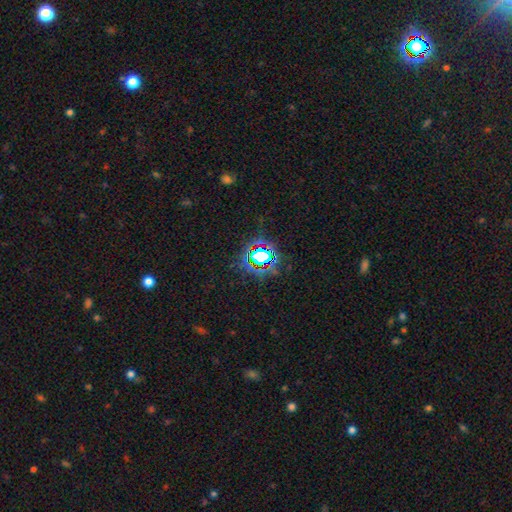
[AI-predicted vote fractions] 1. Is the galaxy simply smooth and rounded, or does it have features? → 72% star or artifact, 17% smooth, 11% featured or disk.